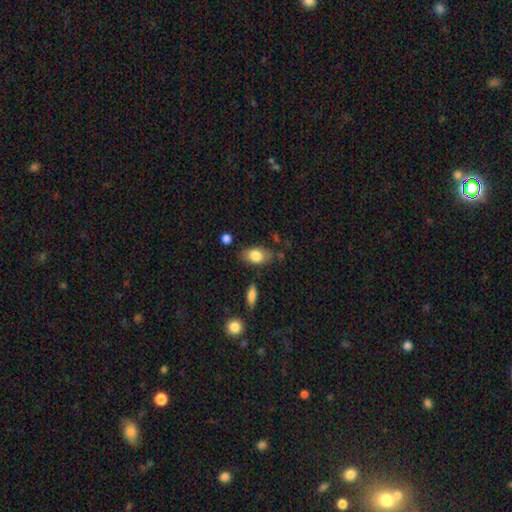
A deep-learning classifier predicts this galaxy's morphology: Q: Smooth or featured?
A: smooth (82%); runner-up: featured or disk (11%)
Q: How rounded?
A: in between (86%); runner-up: round (11%)
Q: Merging?
A: none (73%); runner-up: minor disturbance (19%)